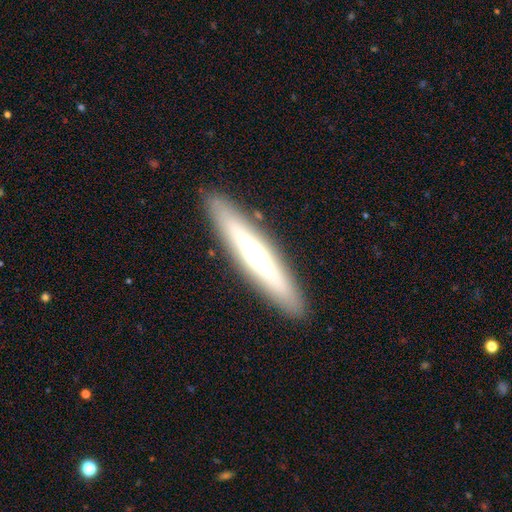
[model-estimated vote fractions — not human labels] Q: Smooth or featured?
A: smooth (47%); runner-up: featured or disk (46%)
Q: Merging?
A: none (90%); runner-up: minor disturbance (7%)